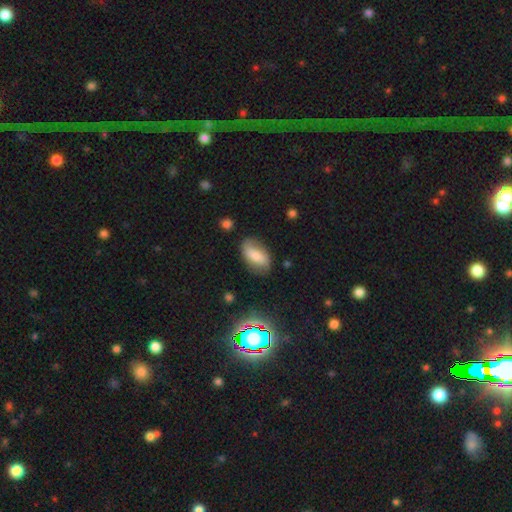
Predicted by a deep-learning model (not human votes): smooth 64%, featured or disk 27%, star or artifact 9%. Down the decision tree: how rounded — in between (90%); merging — none (71%).